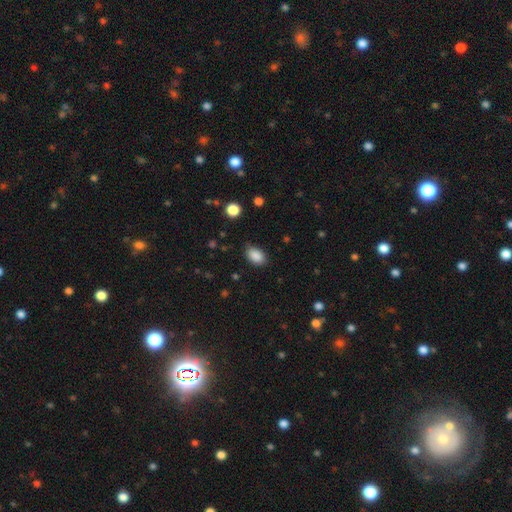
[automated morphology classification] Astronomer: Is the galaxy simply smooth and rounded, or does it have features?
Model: smooth — 88%.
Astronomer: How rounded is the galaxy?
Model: in between — 86%.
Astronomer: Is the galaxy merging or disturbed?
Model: none — 80%.